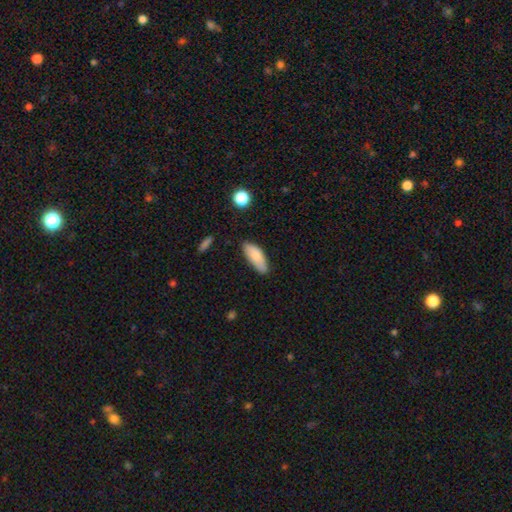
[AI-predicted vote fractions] The model was most divided on "merging": none: 73%, minor disturbance: 22%, major disturbance: 3%, merger: 2%. More confident: smooth or featured — smooth (83%); how rounded — in between (76%).